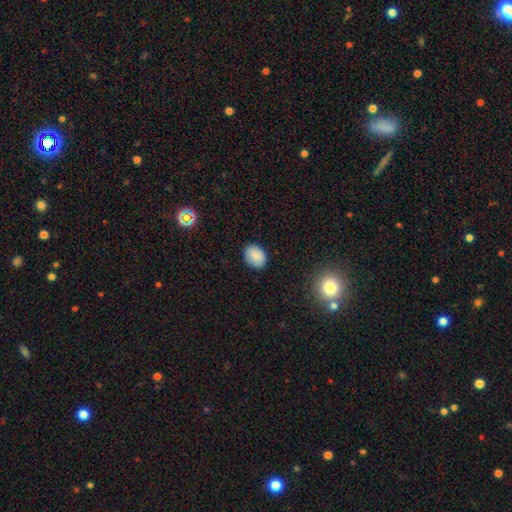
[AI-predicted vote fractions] The model was most divided on "how rounded": in between: 63%, round: 36%, cigar-shaped: 1%. More confident: merging — none (87%); smooth or featured — smooth (85%).